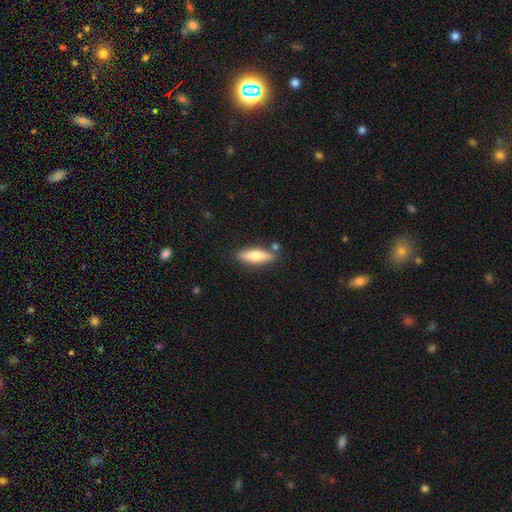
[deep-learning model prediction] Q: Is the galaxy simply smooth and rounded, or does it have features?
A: smooth — 71%.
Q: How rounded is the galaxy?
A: cigar-shaped — 57%.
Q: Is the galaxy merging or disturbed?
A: none — 80%.